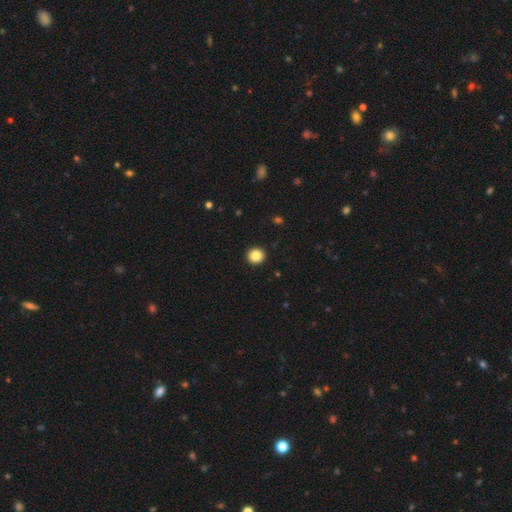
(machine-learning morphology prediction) This appears to be a smooth galaxy with no disk features (85%) that is round (93%). Merging: none (93%).